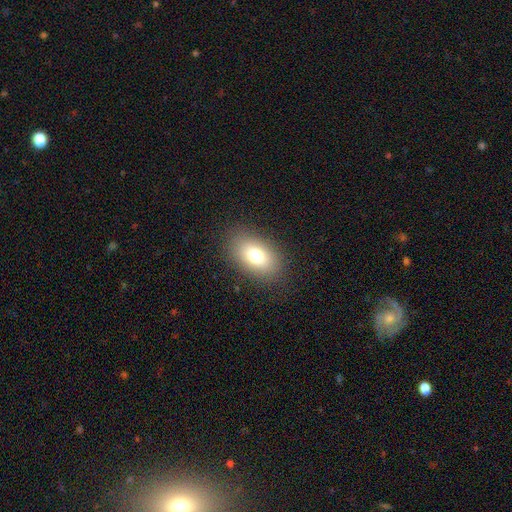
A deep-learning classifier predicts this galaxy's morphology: The model was most divided on "smooth or featured": smooth: 75%, featured or disk: 14%, star or artifact: 11%. More confident: how rounded — in between (86%); merging — none (85%).